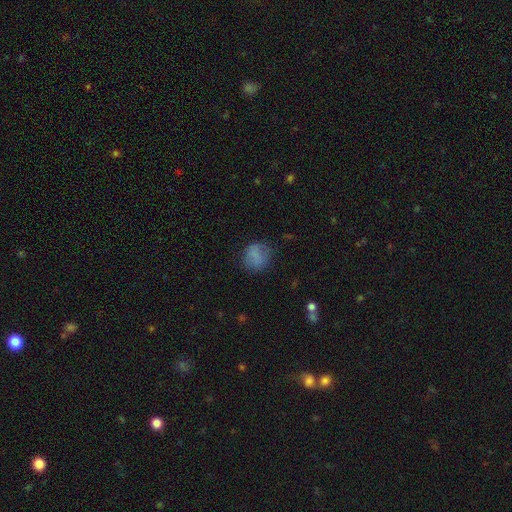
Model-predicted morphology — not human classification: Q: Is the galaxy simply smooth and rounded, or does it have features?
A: smooth — 77%.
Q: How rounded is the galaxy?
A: round — 75%.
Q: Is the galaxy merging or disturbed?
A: none — 68%.